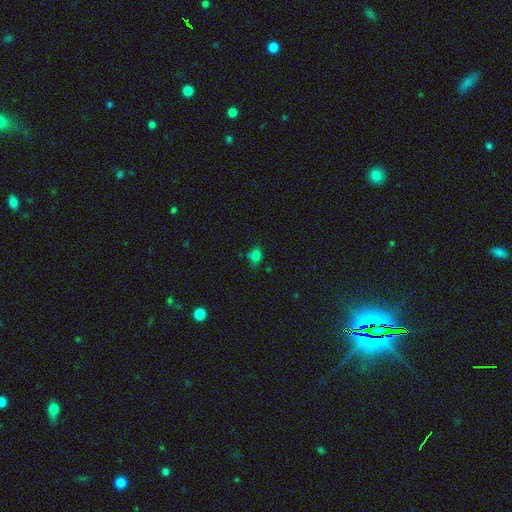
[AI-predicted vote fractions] Overall: smooth (76%). How rounded: in between (55%; round 43%). Merging: none (67%).